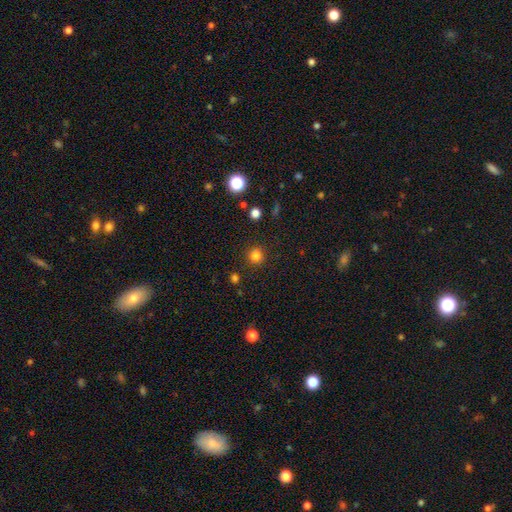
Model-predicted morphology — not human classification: The model was most divided on "smooth or featured": smooth: 80%, star or artifact: 15%, featured or disk: 5%. More confident: how rounded — round (93%); merging — none (90%).